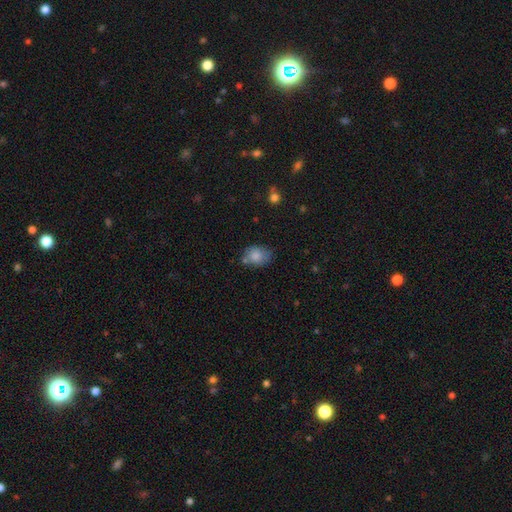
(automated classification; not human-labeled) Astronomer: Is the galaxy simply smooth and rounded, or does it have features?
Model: smooth — 83%.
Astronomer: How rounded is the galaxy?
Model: in between — 62%.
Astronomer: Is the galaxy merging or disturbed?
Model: none — 60%.